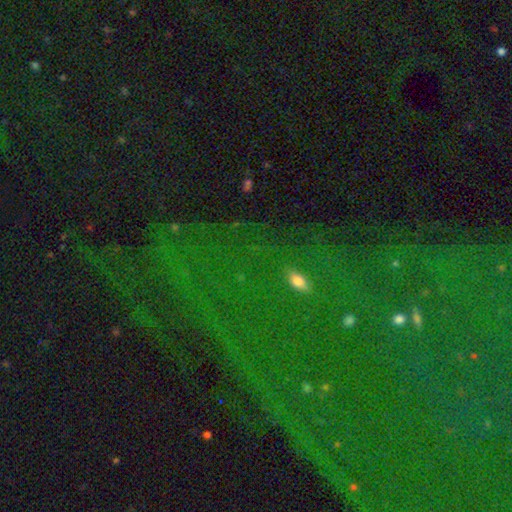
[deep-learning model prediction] star or artifact 71%, smooth 16%, featured or disk 13%.